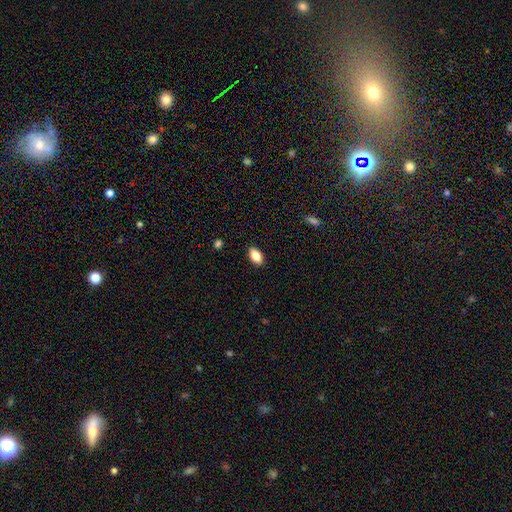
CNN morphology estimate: Q: Smooth or featured?
A: smooth (84%); runner-up: featured or disk (9%)
Q: How rounded?
A: in between (91%); runner-up: round (5%)
Q: Merging?
A: none (88%); runner-up: minor disturbance (9%)